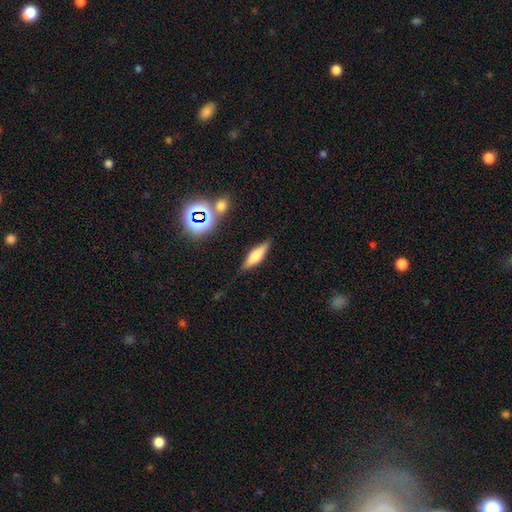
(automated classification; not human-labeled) This appears to be a smooth galaxy with no disk features (50%). Merging: none (84%).